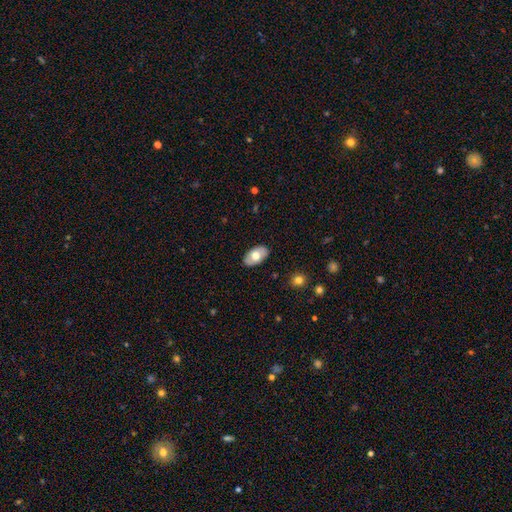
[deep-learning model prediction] Smooth or featured?
  - smooth: 62% *
  - featured or disk: 32%
  - star or artifact: 6%
How rounded?
  - in between: 93% *
  - round: 6%
  - cigar-shaped: 1%
Merging?
  - none: 86% *
  - minor disturbance: 10%
  - major disturbance: 2%
  - merger: 1%